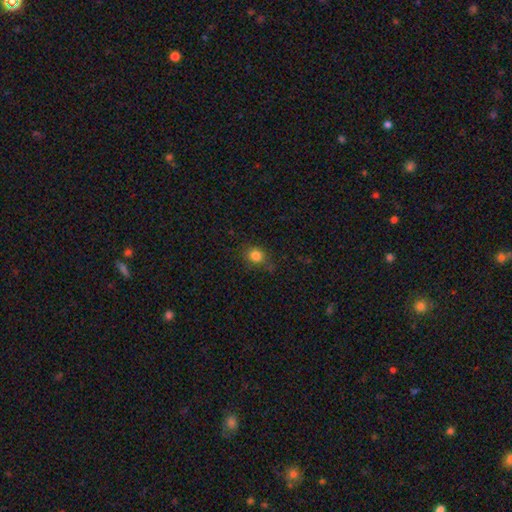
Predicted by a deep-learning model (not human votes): Q: Smooth or featured?
A: smooth (82%); runner-up: star or artifact (12%)
Q: How rounded?
A: round (76%); runner-up: in between (23%)
Q: Merging?
A: none (77%); runner-up: minor disturbance (17%)